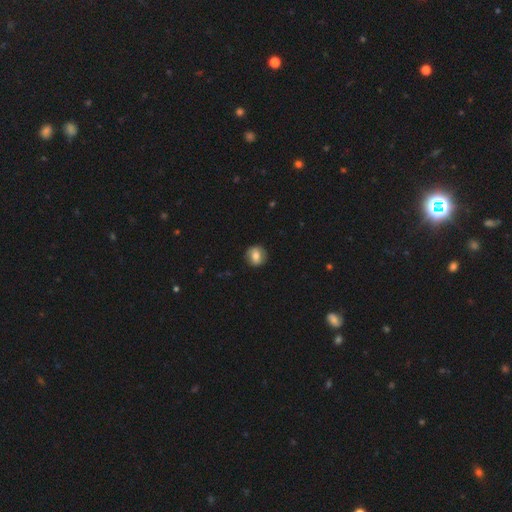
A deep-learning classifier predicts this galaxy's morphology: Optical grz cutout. It shows a smooth galaxy with no disk features (68%) that is round (82%). Merging: none (87%).